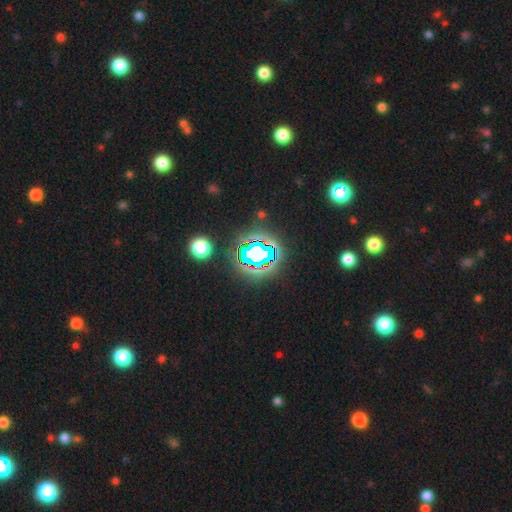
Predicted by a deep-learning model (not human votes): A star or artifact, not a galaxy (77%).